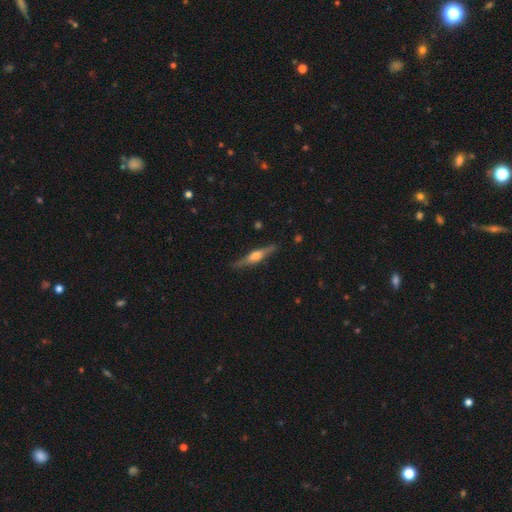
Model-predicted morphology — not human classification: This appears to be a featured or disk galaxy (72%) viewed edge-on (97%) with a rounded central bulge (86%). Merging: none (87%).